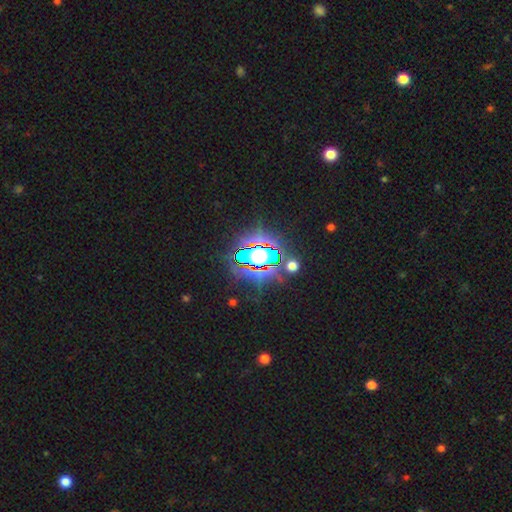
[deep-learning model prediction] Morphology: type=star or artifact (85%).